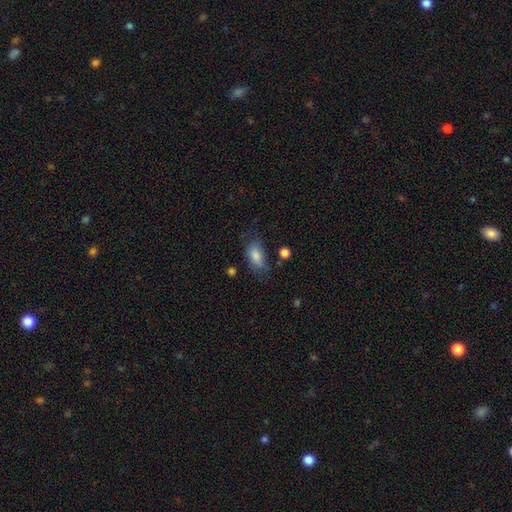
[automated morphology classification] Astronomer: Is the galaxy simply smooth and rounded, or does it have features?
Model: smooth — 82%.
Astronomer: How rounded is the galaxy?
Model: in between — 90%.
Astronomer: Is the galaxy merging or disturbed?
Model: none — 65%.